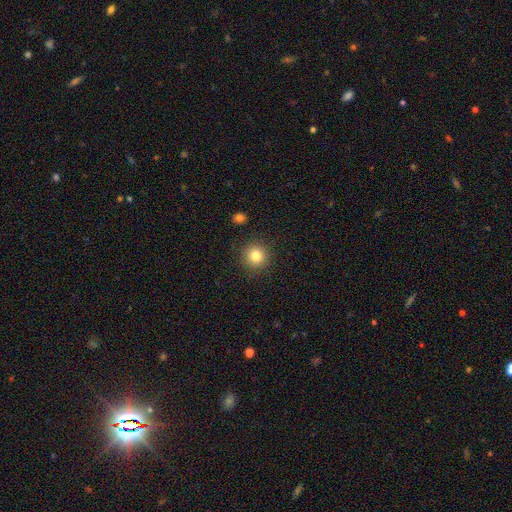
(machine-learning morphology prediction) This is clearly a smooth galaxy (81%). How rounded: clearly round (95%). Merging: clearly none (90%).